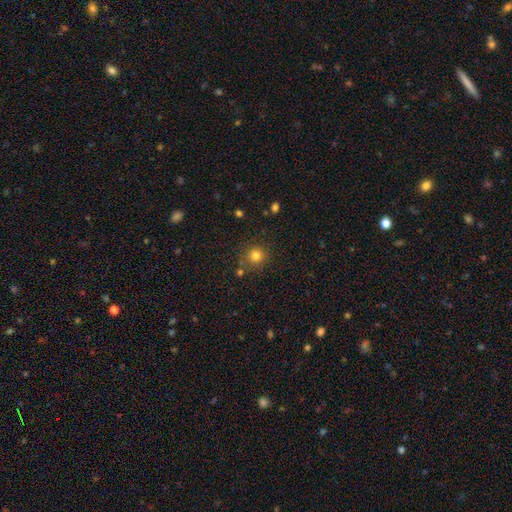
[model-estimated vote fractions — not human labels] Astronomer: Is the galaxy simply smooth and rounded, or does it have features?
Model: smooth — 79%.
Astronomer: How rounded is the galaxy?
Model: round — 93%.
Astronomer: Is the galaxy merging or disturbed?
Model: none — 81%.